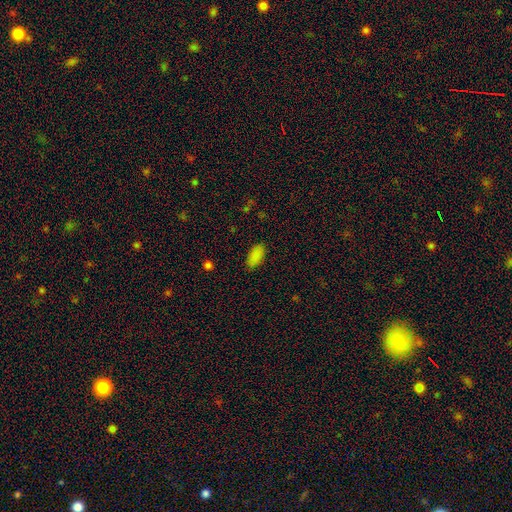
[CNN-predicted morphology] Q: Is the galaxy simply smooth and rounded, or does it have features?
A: smooth — 87%.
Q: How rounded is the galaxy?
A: in between — 92%.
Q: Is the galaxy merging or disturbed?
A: none — 85%.